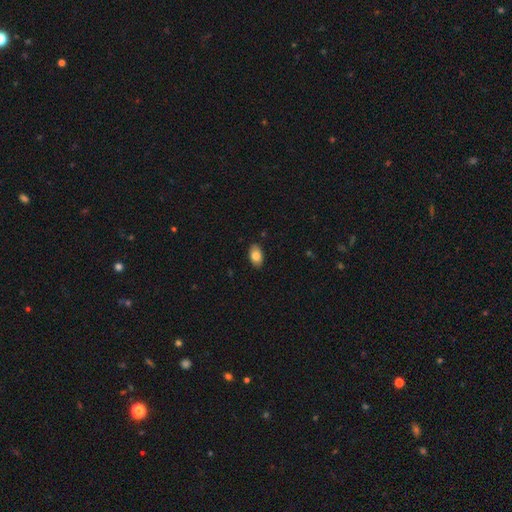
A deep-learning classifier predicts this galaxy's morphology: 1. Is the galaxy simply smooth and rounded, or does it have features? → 84% smooth, 9% featured or disk, 7% star or artifact.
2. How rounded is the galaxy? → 92% in between, 6% round, 2% cigar-shaped.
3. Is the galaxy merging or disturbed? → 88% none, 9% minor disturbance, 2% major disturbance, 1% merger.